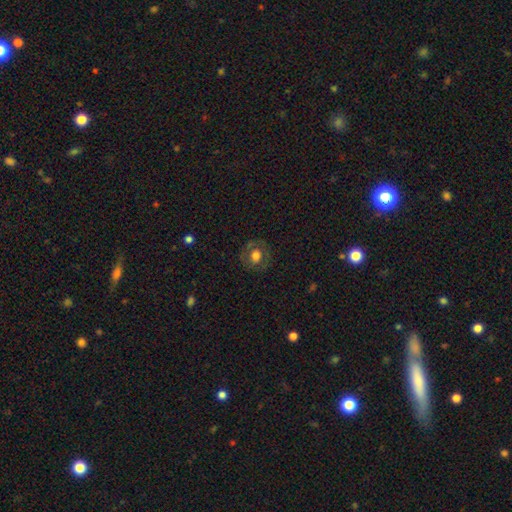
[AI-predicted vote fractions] Smooth or featured?
  - smooth: 57% *
  - featured or disk: 33%
  - star or artifact: 10%
How rounded?
  - round: 78% *
  - in between: 21%
  - cigar-shaped: 1%
Merging?
  - none: 80% *
  - minor disturbance: 13%
  - major disturbance: 6%
  - merger: 1%